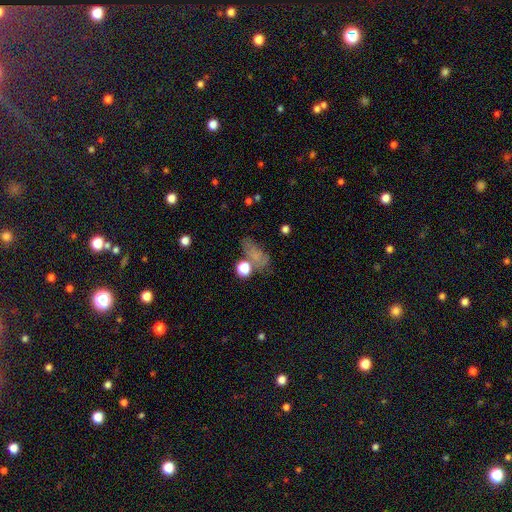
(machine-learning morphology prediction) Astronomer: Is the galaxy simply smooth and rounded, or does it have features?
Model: smooth — 63%.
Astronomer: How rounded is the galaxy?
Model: in between — 69%.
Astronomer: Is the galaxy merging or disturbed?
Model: none — 46% (runner-up: minor disturbance, 22%).